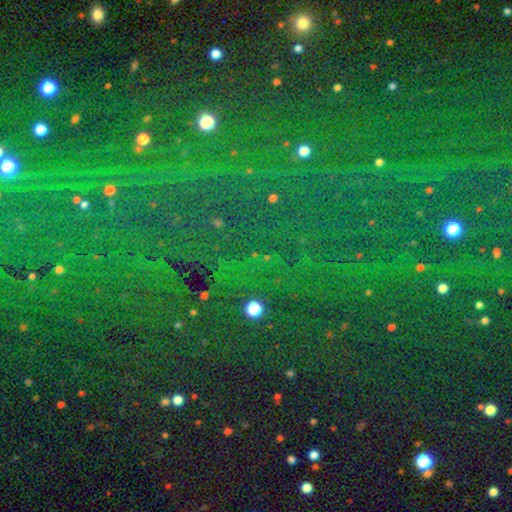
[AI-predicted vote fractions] This appears to be a star or artifact, not a galaxy (71%).